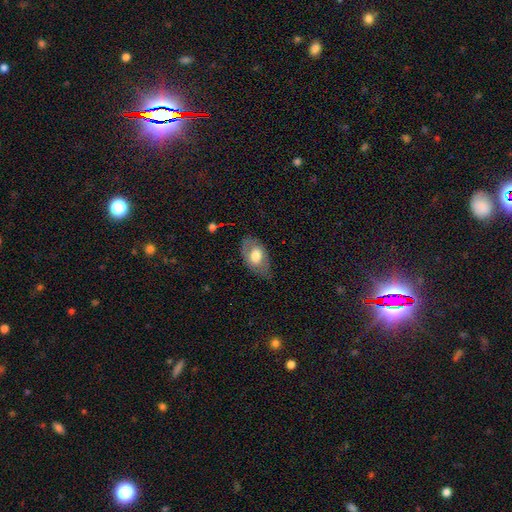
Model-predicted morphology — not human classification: A smooth galaxy with no disk features (62%) that is in between round and cigar-shaped (91%).

Vote fractions:
- Smooth or featured? smooth: 62% / featured or disk: 32% / star or artifact: 6%
- How rounded? in between: 91% / round: 7% / cigar-shaped: 2%
- Merging? none: 62% / minor disturbance: 27% / major disturbance: 9% / merger: 1%